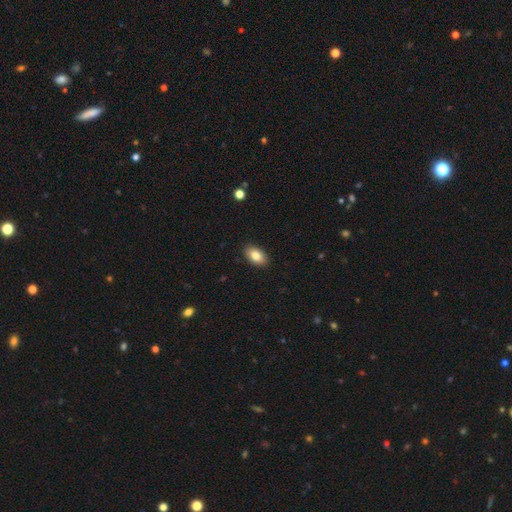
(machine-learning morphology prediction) Q: Smooth or featured?
A: smooth (83%); runner-up: featured or disk (9%)
Q: How rounded?
A: in between (92%); runner-up: round (6%)
Q: Merging?
A: none (90%); runner-up: minor disturbance (7%)